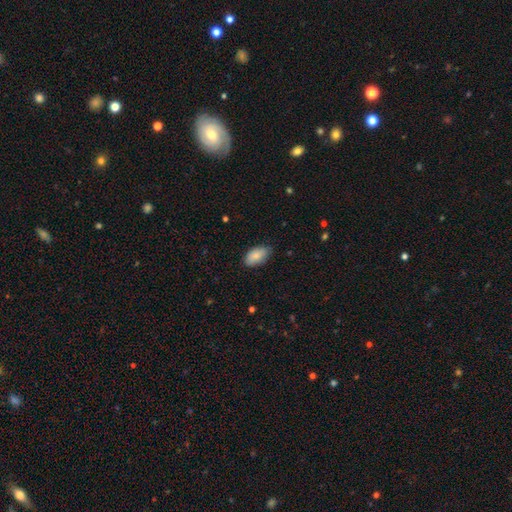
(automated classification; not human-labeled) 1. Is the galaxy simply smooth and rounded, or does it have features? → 84% smooth, 9% featured or disk, 6% star or artifact.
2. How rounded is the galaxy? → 94% in between, 3% round, 3% cigar-shaped.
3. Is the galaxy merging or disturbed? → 79% none, 18% minor disturbance, 3% major disturbance, 1% merger.